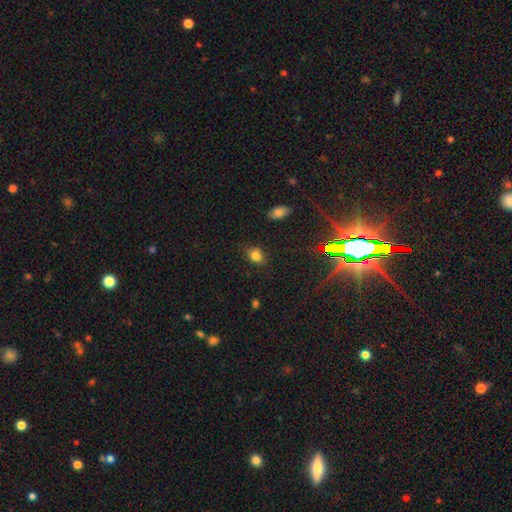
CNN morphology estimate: Smooth or featured?
  - smooth: 80% *
  - star or artifact: 13%
  - featured or disk: 7%
How rounded?
  - in between: 59% *
  - round: 40%
  - cigar-shaped: 2%
Merging?
  - none: 77% *
  - minor disturbance: 17%
  - major disturbance: 4%
  - merger: 2%